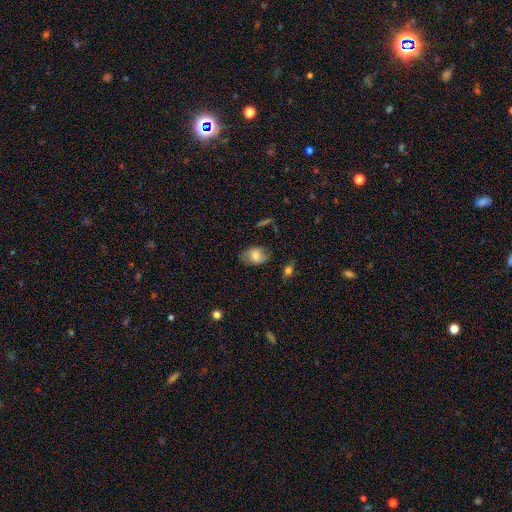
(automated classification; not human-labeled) This appears to be a smooth galaxy with no disk features (74%) that is in between round and cigar-shaped (80%). Merging: none (71%).